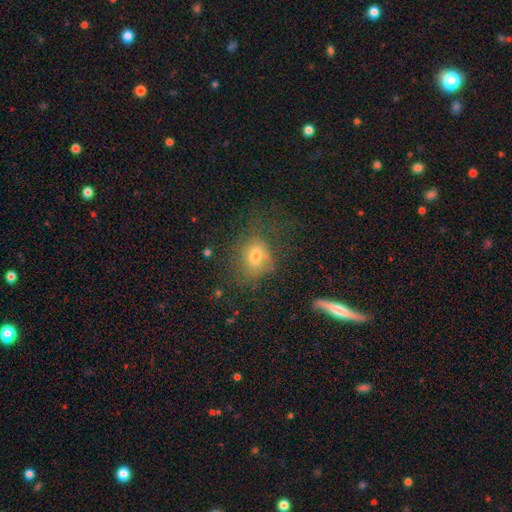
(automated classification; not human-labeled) Q: Smooth or featured?
A: smooth (64%); runner-up: featured or disk (22%)
Q: How rounded?
A: in between (60%); runner-up: round (37%)
Q: Merging?
A: none (51%); runner-up: major disturbance (22%)